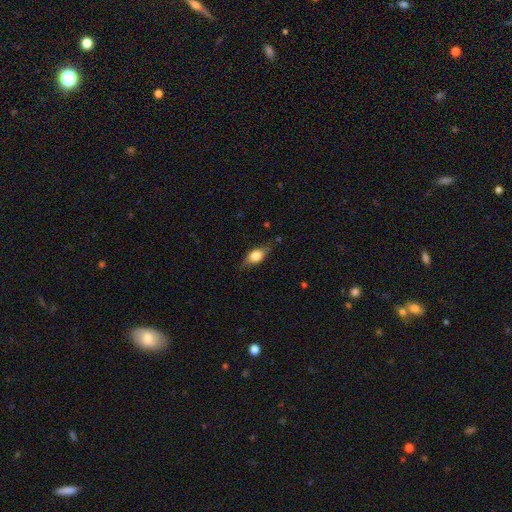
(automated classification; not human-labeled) Smooth or featured? Predicted: smooth (p=0.67). How rounded? Predicted: in between (p=0.78). Merging? Predicted: none (p=0.74).